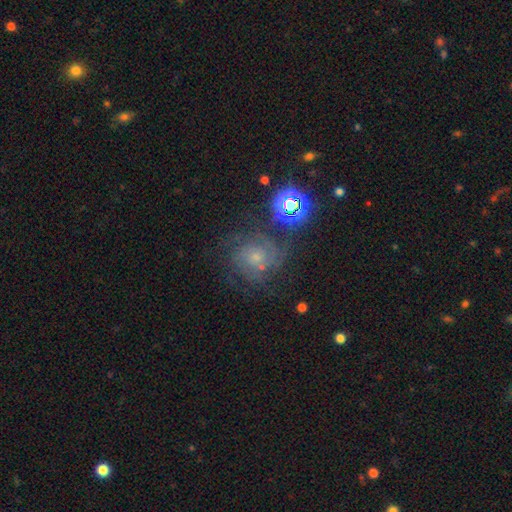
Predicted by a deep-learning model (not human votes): Overall: featured or disk (52%; star or artifact 28%). Edge-on disk: no (97%). Bar: no (75%). Spiral arms: yes (86%). Bulge size: small (58%; moderate 29%). Merging: none (66%).